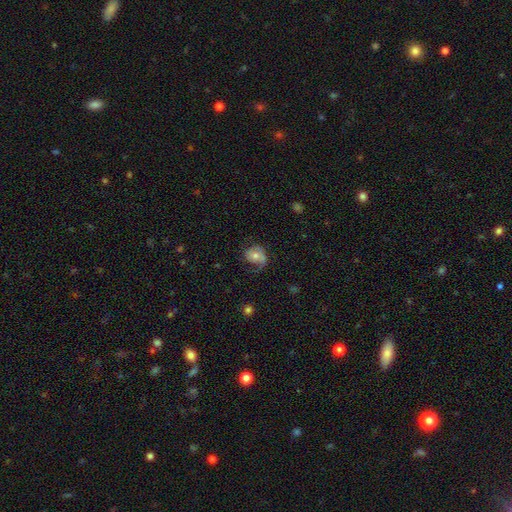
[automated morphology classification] A featured or disk galaxy (47%).

Vote fractions:
- Smooth or featured? featured or disk: 47% / smooth: 45% / star or artifact: 8%
- Merging? none: 48% / minor disturbance: 26% / major disturbance: 24% / merger: 2%